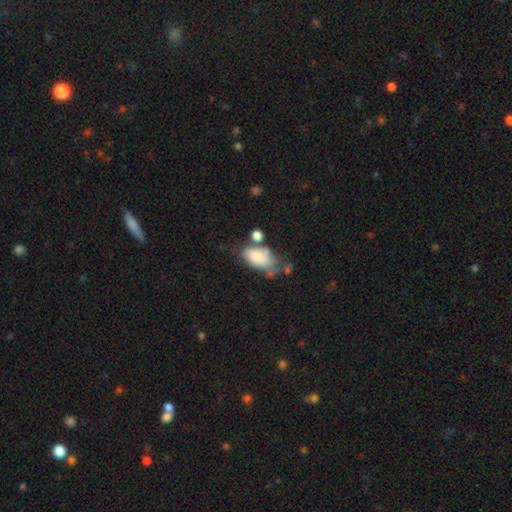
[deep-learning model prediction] Morphology: type=smooth (75%); roundness=in between (92%); merging=none (34%).